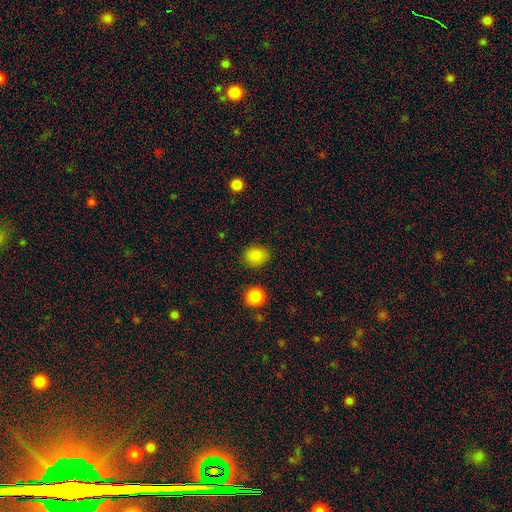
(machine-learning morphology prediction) Overall: smooth (86%). How rounded: round (65%; in between 34%). Merging: none (87%).